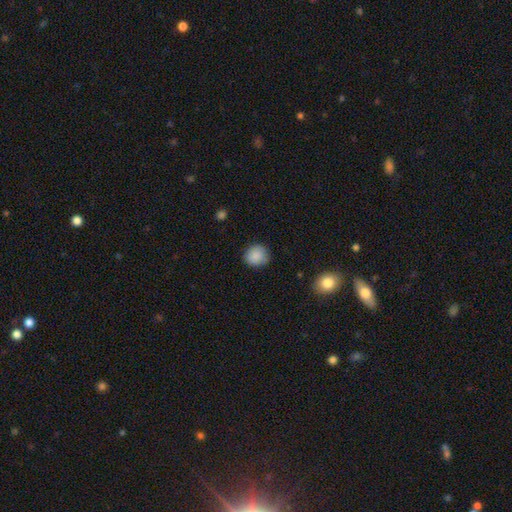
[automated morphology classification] Smooth or featured? Predicted: smooth (p=0.88). How rounded? Predicted: round (p=0.86). Merging? Predicted: none (p=0.85).